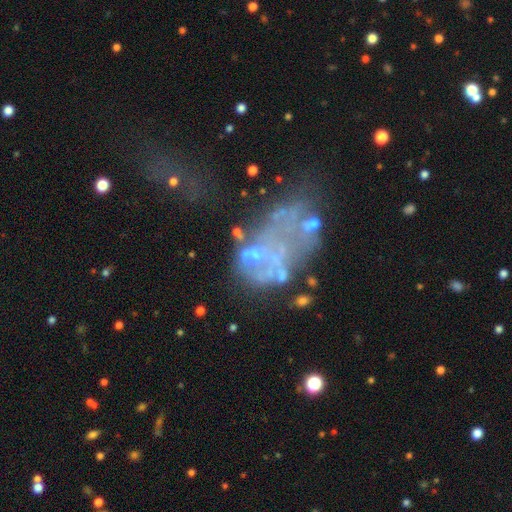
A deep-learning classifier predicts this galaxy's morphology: smooth-or-featured: featured or disk: 56% | smooth: 22% | star or artifact: 22%
  disk-edge-on: no: 98% | yes: 2%
    bar: no: 90% | weak: 7% | strong: 3%
    has-spiral-arms: no: 88% | yes: 12%
    bulge-size: none: 59% | moderate: 19% | small: 17% | large: 3% | dominant: 2%
  merging: merger: 40% | major disturbance: 29% | none: 20% | minor disturbance: 10%